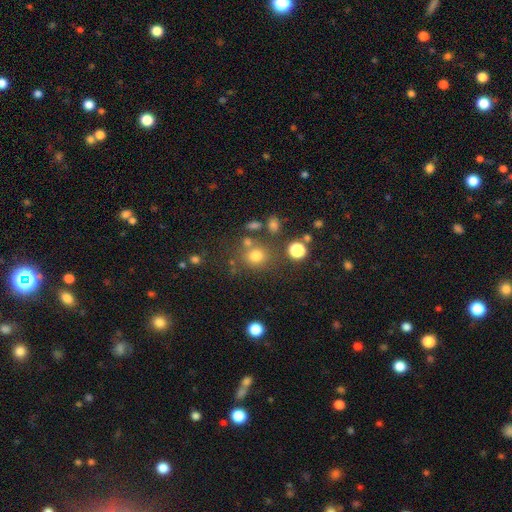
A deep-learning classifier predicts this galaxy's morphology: smooth-or-featured: smooth: 74% | star or artifact: 18% | featured or disk: 8%
  how-rounded: round: 84% | in between: 15% | cigar-shaped: 1%
  merging: none: 71% | merger: 12% | minor disturbance: 12% | major disturbance: 6%